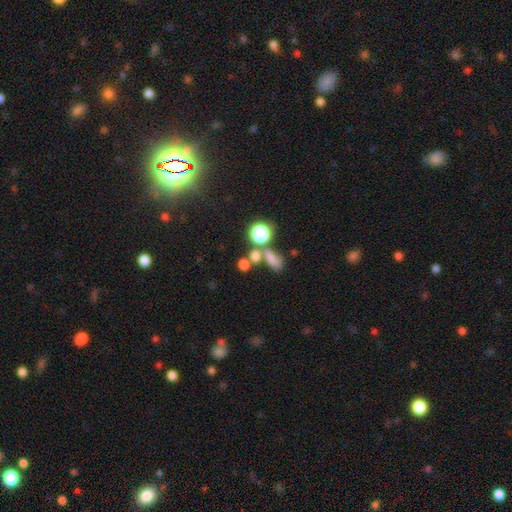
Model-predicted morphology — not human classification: Smooth or featured? smooth (68%)
How rounded? round (49%)
Merging? none (48%)